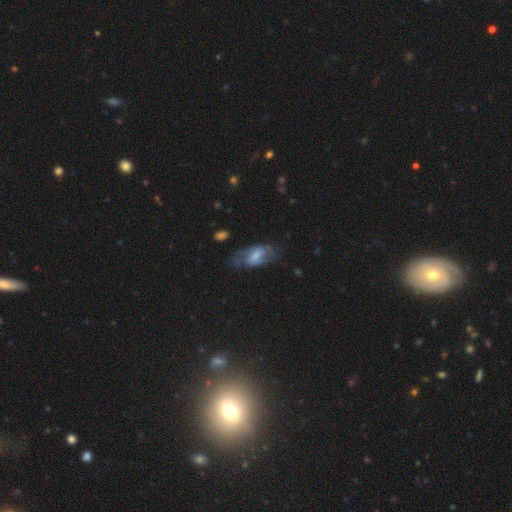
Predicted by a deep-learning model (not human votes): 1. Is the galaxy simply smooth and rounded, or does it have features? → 57% featured or disk, 36% smooth, 7% star or artifact.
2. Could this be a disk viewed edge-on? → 93% no, 7% yes.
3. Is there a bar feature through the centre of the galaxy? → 48% weak, 30% no, 21% strong.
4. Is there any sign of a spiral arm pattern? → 74% yes, 26% no.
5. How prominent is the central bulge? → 37% moderate, 32% small, 15% none, 14% large, 2% dominant.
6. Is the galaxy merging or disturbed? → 52% none, 25% minor disturbance, 21% major disturbance, 2% merger.